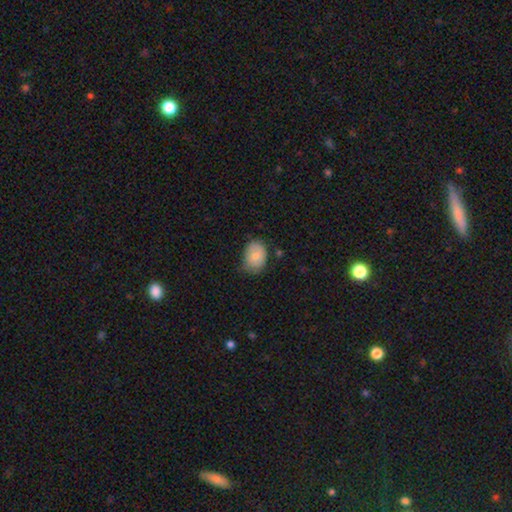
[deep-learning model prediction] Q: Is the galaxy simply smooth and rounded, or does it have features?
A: smooth — 81%.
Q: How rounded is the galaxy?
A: in between — 68%.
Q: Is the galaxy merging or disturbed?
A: none — 58%.